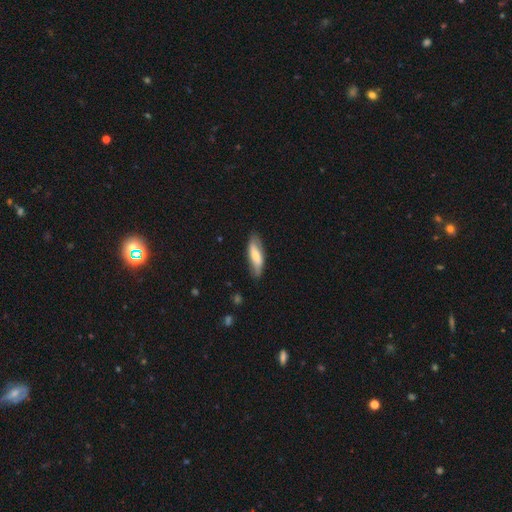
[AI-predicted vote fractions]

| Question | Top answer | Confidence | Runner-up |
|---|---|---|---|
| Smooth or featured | smooth | 59% | featured or disk (35%) |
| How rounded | in between | 56% | cigar-shaped (42%) |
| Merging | none | 76% | minor disturbance (19%) |